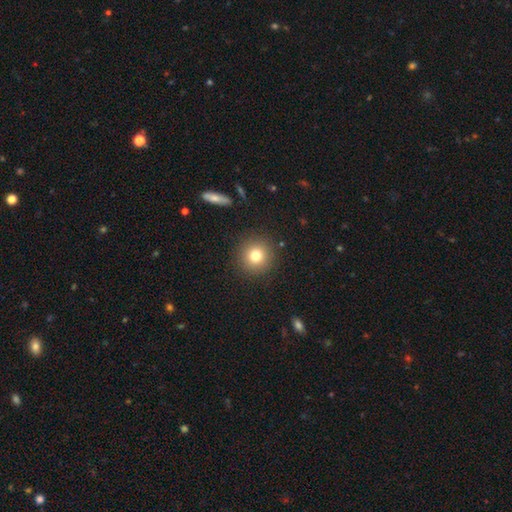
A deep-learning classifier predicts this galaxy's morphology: A smooth galaxy with no disk features (78%) that is round (94%).

Vote fractions:
- Smooth or featured? smooth: 78% / star or artifact: 13% / featured or disk: 9%
- How rounded? round: 94% / in between: 5% / cigar-shaped: 1%
- Merging? none: 90% / minor disturbance: 6% / major disturbance: 3% / merger: 1%